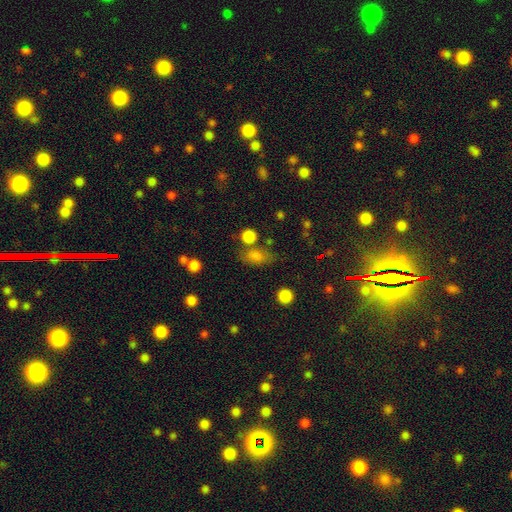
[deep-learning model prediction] Smooth or featured?
  - smooth: 80% *
  - star or artifact: 12%
  - featured or disk: 8%
How rounded?
  - in between: 76% *
  - round: 19%
  - cigar-shaped: 5%
Merging?
  - none: 60% *
  - minor disturbance: 19%
  - merger: 13%
  - major disturbance: 8%